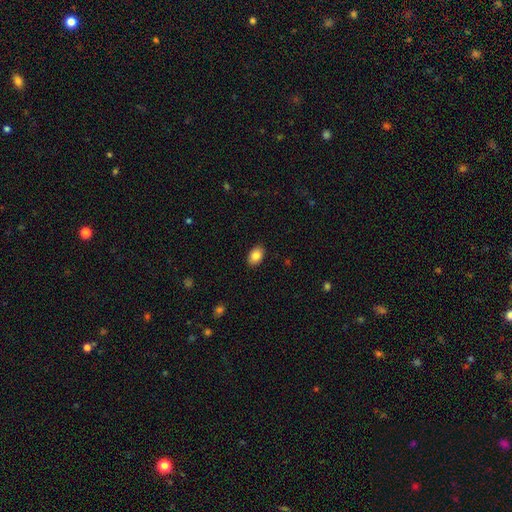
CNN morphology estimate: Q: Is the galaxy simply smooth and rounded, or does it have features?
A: smooth — 86%.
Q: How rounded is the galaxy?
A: in between — 86%.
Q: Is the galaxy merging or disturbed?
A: none — 89%.